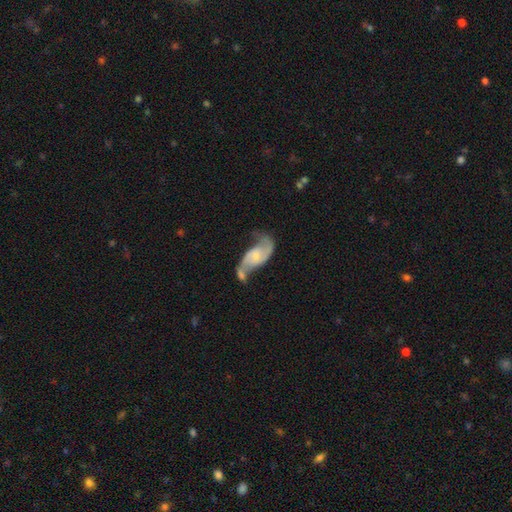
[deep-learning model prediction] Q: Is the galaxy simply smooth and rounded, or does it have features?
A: featured or disk — 82%.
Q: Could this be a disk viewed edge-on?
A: no — 97%.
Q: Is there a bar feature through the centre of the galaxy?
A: no — 52%.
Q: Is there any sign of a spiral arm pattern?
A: yes — 94%.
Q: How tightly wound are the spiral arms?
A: loose — 62%.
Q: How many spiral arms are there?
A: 2 — 89%.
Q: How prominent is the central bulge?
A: small — 55%.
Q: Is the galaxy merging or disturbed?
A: none — 37%.